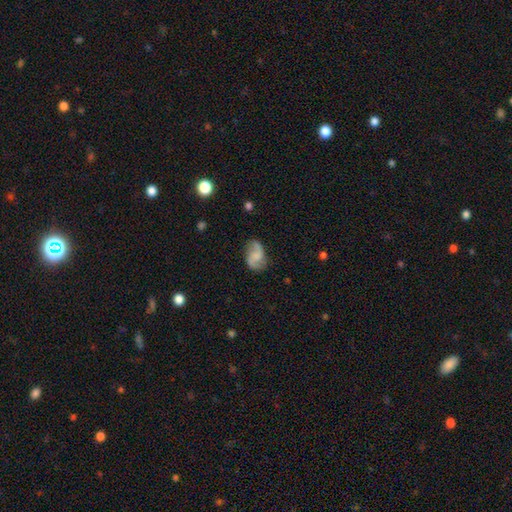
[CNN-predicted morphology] Smooth or featured? Predicted: featured or disk (p=0.66). Edge-on disk? Predicted: no (p=0.98). Bar? Predicted: no (p=0.52). Spiral arms? Predicted: yes (p=0.93). Spiral winding? Predicted: loose (p=0.55). Spiral arm count? Predicted: 2 (p=0.90). Bulge size? Predicted: none (p=0.51). Merging? Predicted: none (p=0.69).